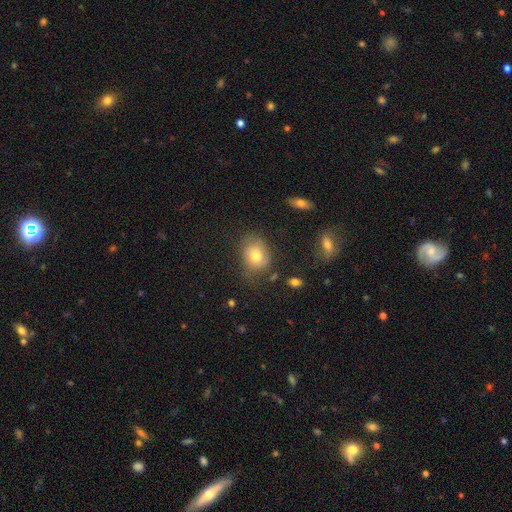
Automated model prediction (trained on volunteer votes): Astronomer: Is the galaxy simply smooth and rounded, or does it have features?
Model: smooth — 67%.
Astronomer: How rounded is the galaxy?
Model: in between — 56% (runner-up: round, 43%).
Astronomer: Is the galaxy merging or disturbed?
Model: none — 62%.